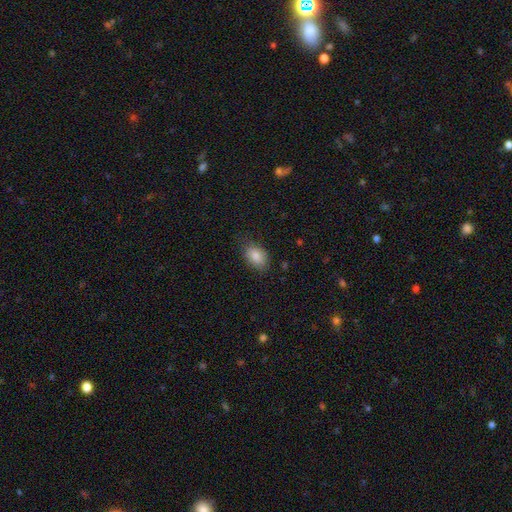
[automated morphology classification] Q: Smooth or featured?
A: smooth (85%); runner-up: star or artifact (8%)
Q: How rounded?
A: in between (85%); runner-up: round (13%)
Q: Merging?
A: none (77%); runner-up: minor disturbance (18%)